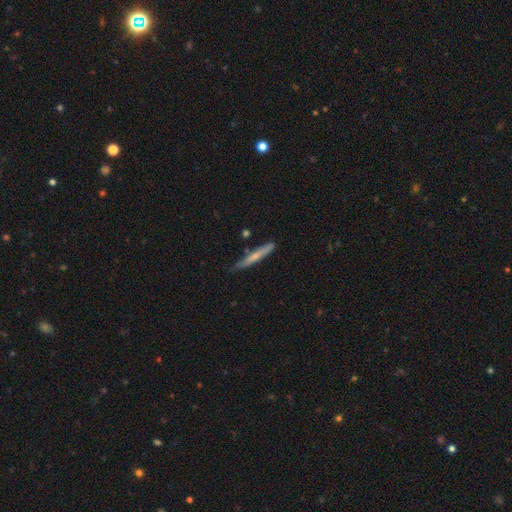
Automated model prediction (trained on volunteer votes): Smooth or featured?
  - smooth: 58% *
  - featured or disk: 36%
  - star or artifact: 6%
How rounded?
  - cigar-shaped: 95% *
  - in between: 4%
  - round: 1%
Merging?
  - none: 73% *
  - minor disturbance: 20%
  - merger: 4%
  - major disturbance: 3%